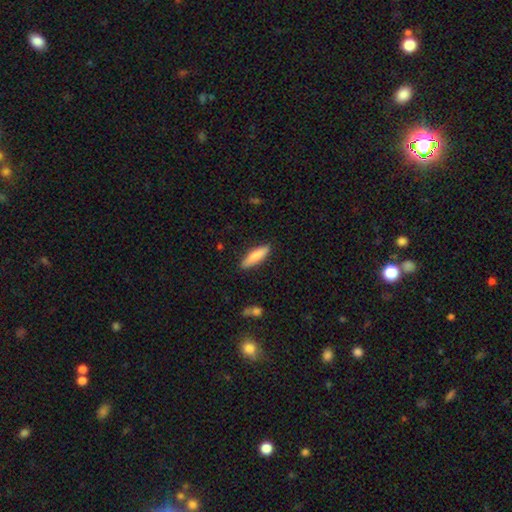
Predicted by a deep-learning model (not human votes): smooth_or_featured: smooth (p=0.77) [alt: featured or disk p=0.17]
how_rounded: cigar-shaped (p=0.67) [alt: in between p=0.32]
merging: none (p=0.86) [alt: minor disturbance p=0.10]